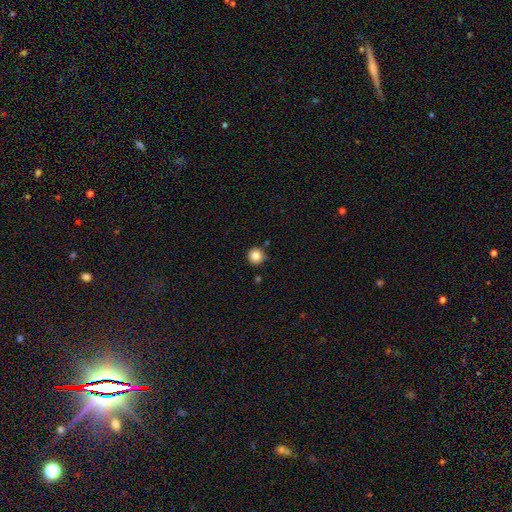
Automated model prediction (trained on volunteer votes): Smooth or featured: smooth — 84% (star or artifact — 10%)
How rounded: round — 94% (in between — 5%)
Merging: none — 83% (minor disturbance — 12%)